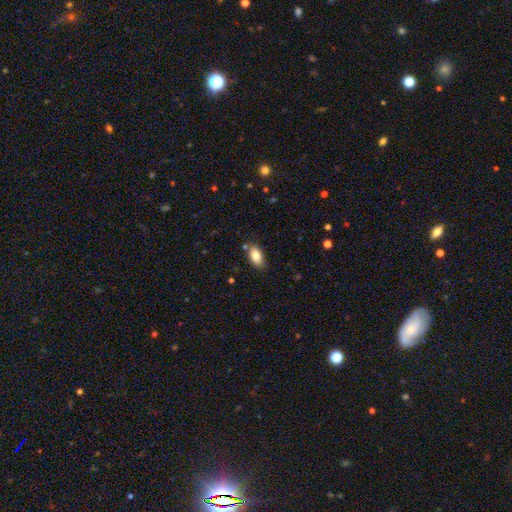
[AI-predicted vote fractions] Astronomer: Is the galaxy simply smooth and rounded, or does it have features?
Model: smooth — 83%.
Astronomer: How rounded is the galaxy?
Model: in between — 92%.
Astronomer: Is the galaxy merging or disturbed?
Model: none — 80%.